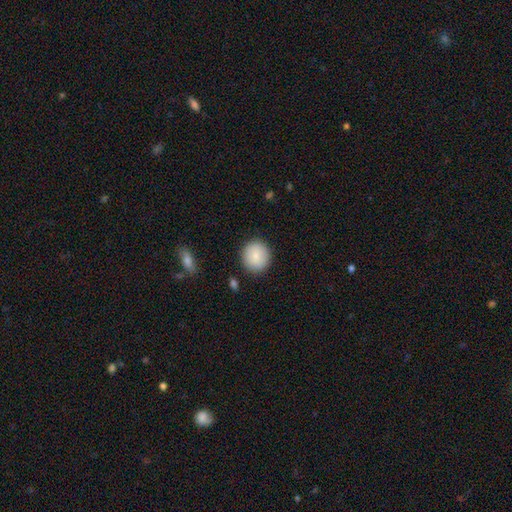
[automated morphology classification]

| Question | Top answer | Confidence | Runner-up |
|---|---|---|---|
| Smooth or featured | smooth | 86% | star or artifact (7%) |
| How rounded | round | 85% | in between (14%) |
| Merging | none | 88% | minor disturbance (8%) |